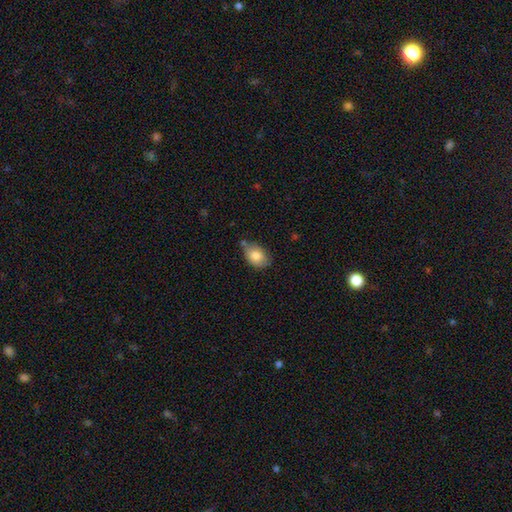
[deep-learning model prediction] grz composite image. It shows a smooth galaxy with no disk features (83%) that is in between round and cigar-shaped (78%). Merging: none (64%).